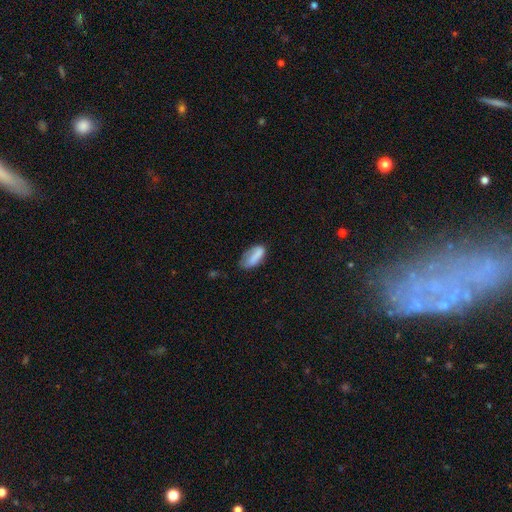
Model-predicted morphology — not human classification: Smooth or featured? Predicted: smooth (p=0.77). How rounded? Predicted: in between (p=0.85). Merging? Predicted: none (p=0.47).